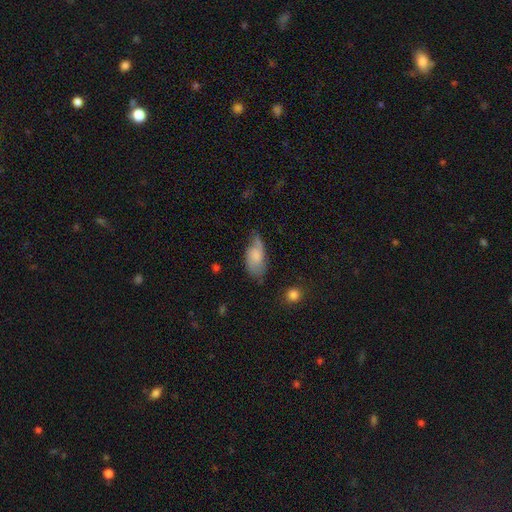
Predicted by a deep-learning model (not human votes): smooth-or-featured: smooth: 63% | featured or disk: 29% | star or artifact: 7%
  how-rounded: in between: 90% | cigar-shaped: 6% | round: 3%
  merging: none: 47% | minor disturbance: 36% | major disturbance: 15% | merger: 3%